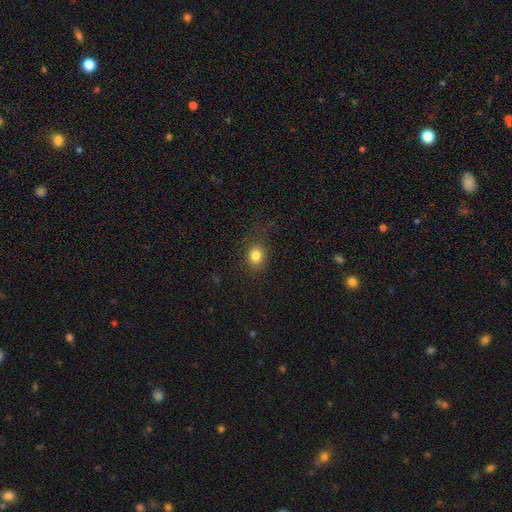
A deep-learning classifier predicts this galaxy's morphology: smooth-or-featured: smooth: 82% | star or artifact: 12% | featured or disk: 6%
  how-rounded: round: 74% | in between: 25% | cigar-shaped: 1%
  merging: none: 84% | minor disturbance: 11% | major disturbance: 4% | merger: 1%